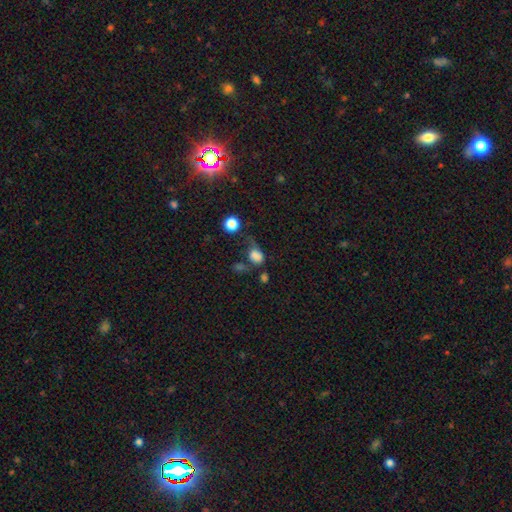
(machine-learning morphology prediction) A smooth galaxy with no disk features (74%) that is in between round and cigar-shaped (58%).

Vote fractions:
- Smooth or featured? smooth: 74% / star or artifact: 15% / featured or disk: 11%
- How rounded? in between: 58% / round: 39% / cigar-shaped: 2%
- Merging? major disturbance: 32% / none: 27% / minor disturbance: 25% / merger: 16%